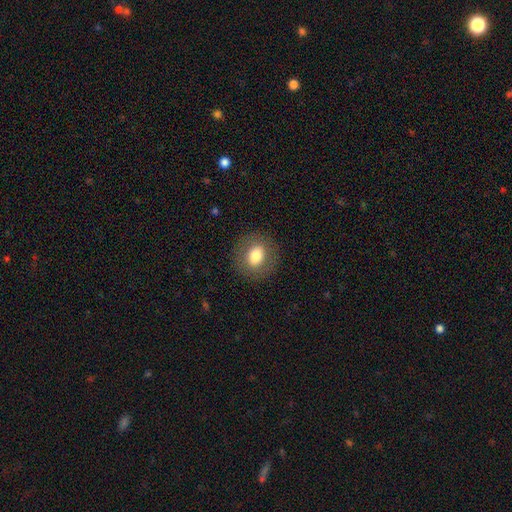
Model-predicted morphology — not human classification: This is likely a smooth galaxy (74%). How rounded: likely round (65%). Merging: clearly none (86%).